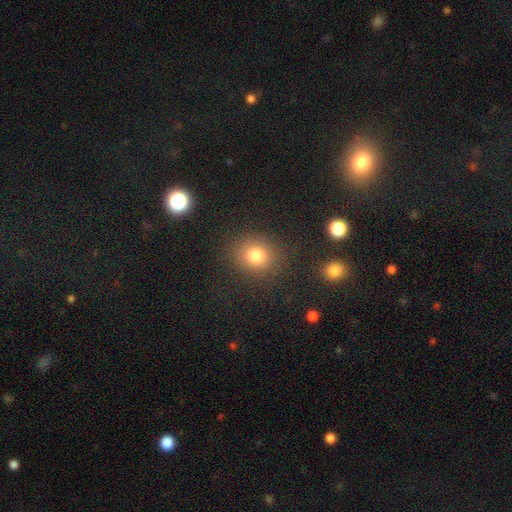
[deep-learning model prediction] smooth 79%, star or artifact 14%, featured or disk 7%. Down the decision tree: how rounded — round (76%); merging — none (85%).